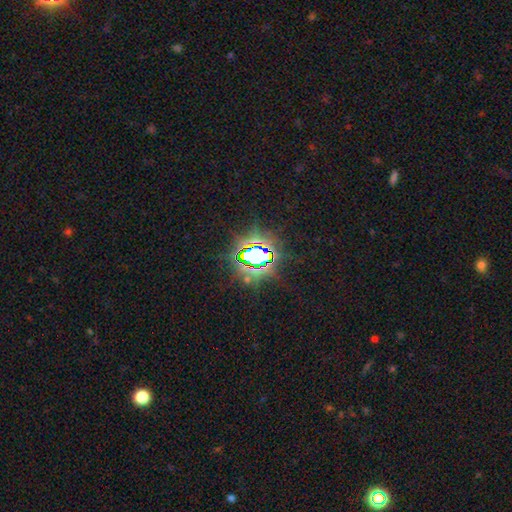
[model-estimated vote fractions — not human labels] The model was most divided on "smooth or featured": star or artifact: 76%, smooth: 14%, featured or disk: 10%.